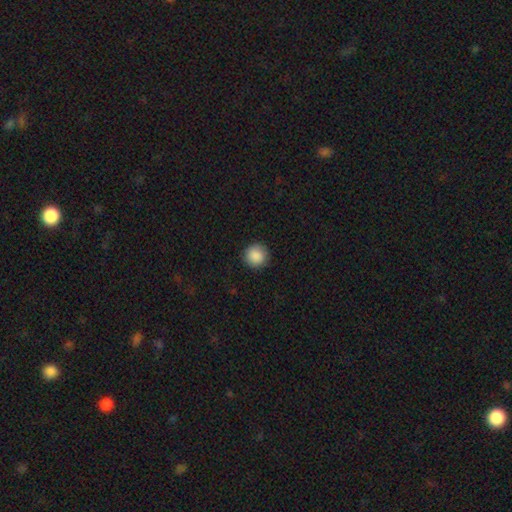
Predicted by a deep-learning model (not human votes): smooth 89%, star or artifact 8%, featured or disk 3%. Down the decision tree: how rounded — round (95%); merging — none (91%).